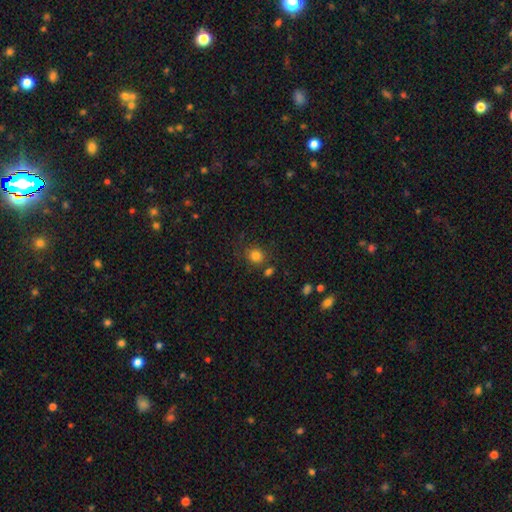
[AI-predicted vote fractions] Overall: smooth (82%). How rounded: round (83%). Merging: none (75%).